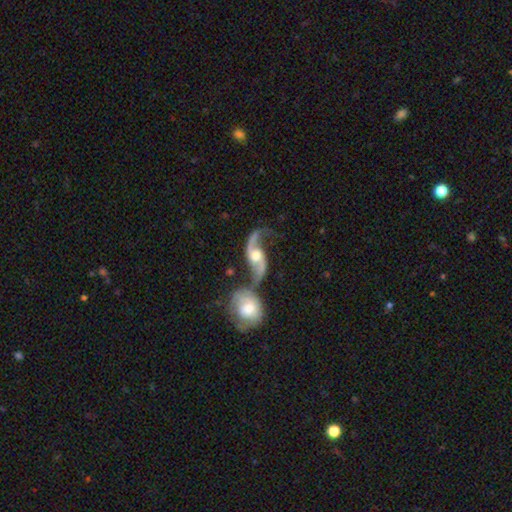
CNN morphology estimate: Overall: featured or disk (88%). Edge-on disk: no (95%). Bar: no (46%; weak 40%). Spiral arms: yes (96%). Spiral arm count: 2 (92%). Spiral winding: loose (81%). Bulge size: moderate (62%). Merging: merger (46%; none 31%).